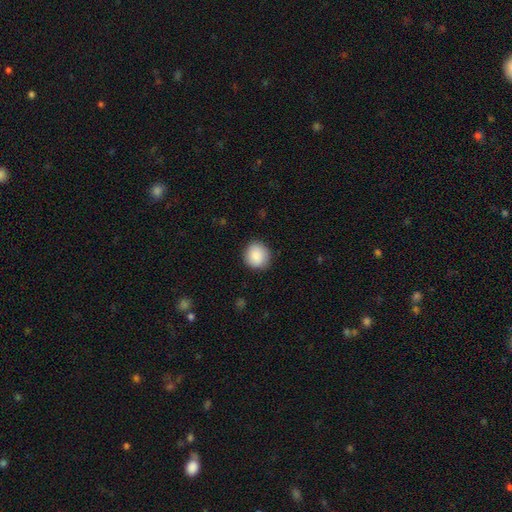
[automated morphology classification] This is clearly a smooth galaxy (88%). How rounded: clearly round (87%). Merging: clearly none (87%).